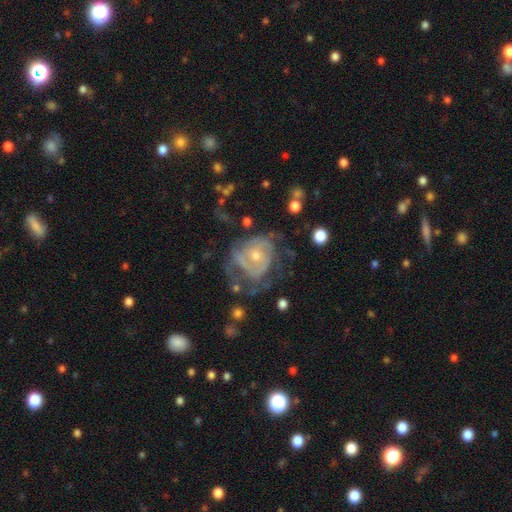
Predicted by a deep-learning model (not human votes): smooth_or_featured: featured or disk (p=0.77) [alt: smooth p=0.15]
disk_edge_on: no (p=0.97) [alt: yes p=0.03]
bar: no (p=0.76) [alt: weak p=0.20]
has_spiral_arms: yes (p=0.77) [alt: no p=0.23]
spiral_winding: tight (p=0.58) [alt: medium p=0.30]
spiral_arm_count: can't tell (p=0.44) [alt: 2 p=0.27]
bulge_size: small (p=0.51) [alt: moderate p=0.45]
merging: none (p=0.46) [alt: major disturbance p=0.27]